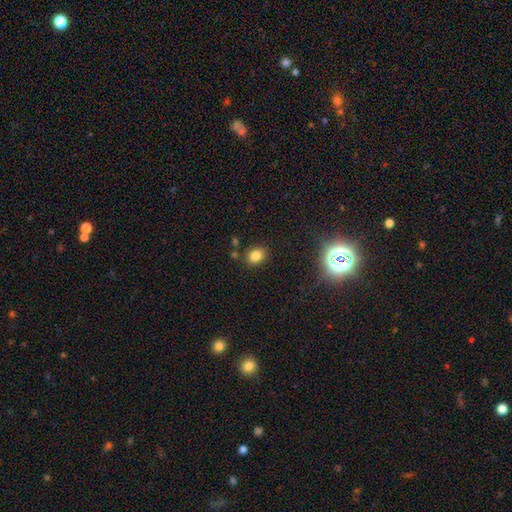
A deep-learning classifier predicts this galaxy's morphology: smooth-or-featured: smooth: 81% | star or artifact: 13% | featured or disk: 6%
  how-rounded: round: 53% | in between: 46% | cigar-shaped: 1%
  merging: none: 82% | minor disturbance: 10% | merger: 5% | major disturbance: 3%